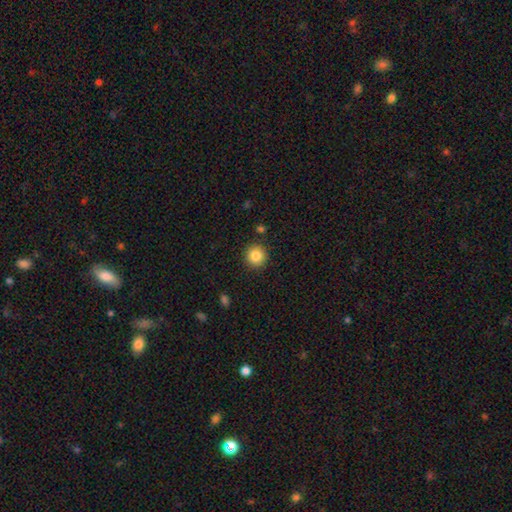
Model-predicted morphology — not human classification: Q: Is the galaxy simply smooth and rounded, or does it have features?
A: smooth — 85%.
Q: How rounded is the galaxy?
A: round — 93%.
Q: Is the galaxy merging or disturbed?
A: none — 90%.